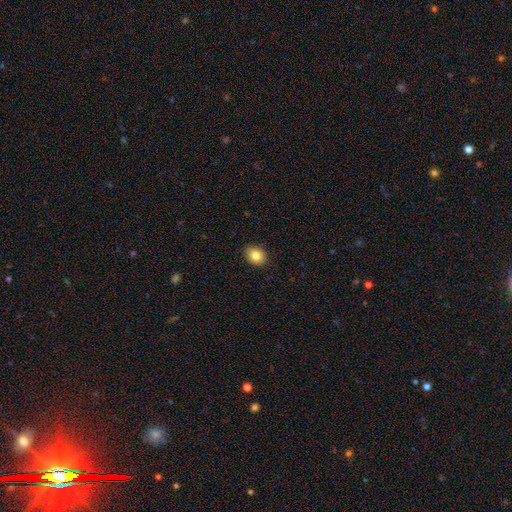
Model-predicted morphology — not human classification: Smooth or featured? smooth (82%)
How rounded? round (50%)
Merging? none (89%)